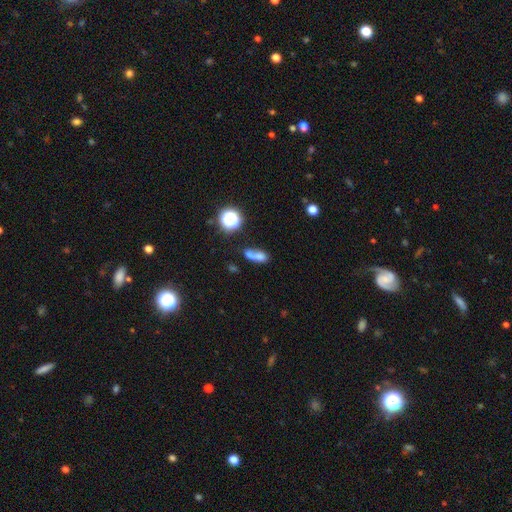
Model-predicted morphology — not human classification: The model was most divided on "merging": merger: 44%, none: 30%, minor disturbance: 13%, major disturbance: 12%. More confident: smooth or featured — smooth (64%); how rounded — in between (62%).